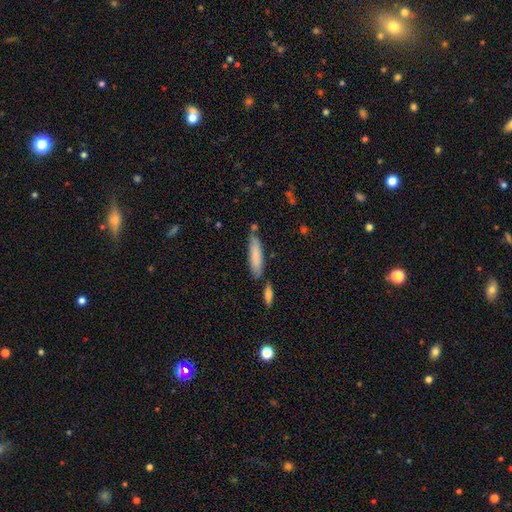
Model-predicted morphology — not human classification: This appears to be a smooth galaxy with no disk features (80%) that is cigar-shaped (74%). Merging: none (69%).